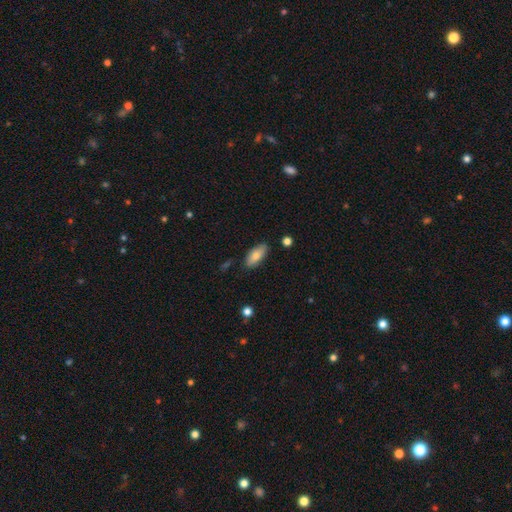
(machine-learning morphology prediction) smooth-or-featured: smooth: 79% | featured or disk: 15% | star or artifact: 6%
  how-rounded: in between: 87% | cigar-shaped: 10% | round: 2%
  merging: none: 81% | minor disturbance: 15% | major disturbance: 2% | merger: 2%